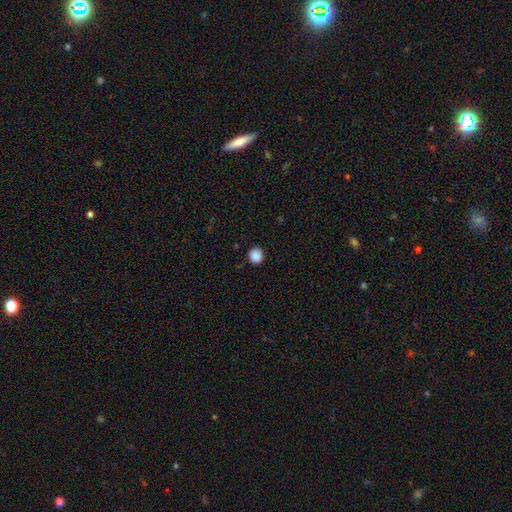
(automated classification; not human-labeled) Smooth or featured? Predicted: smooth (p=0.89). How rounded? Predicted: round (p=0.87). Merging? Predicted: none (p=0.91).